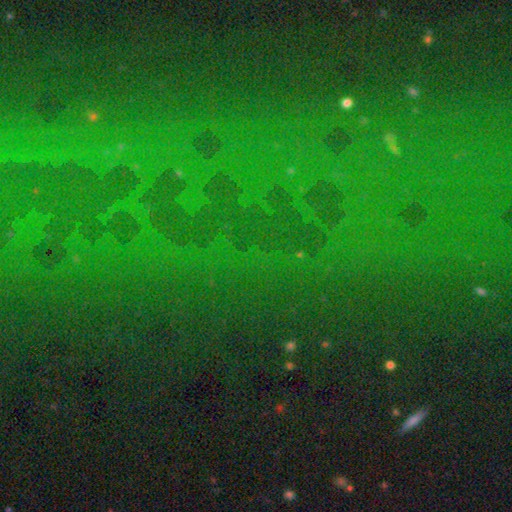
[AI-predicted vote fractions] smooth-or-featured: star or artifact: 80% | smooth: 11% | featured or disk: 9%